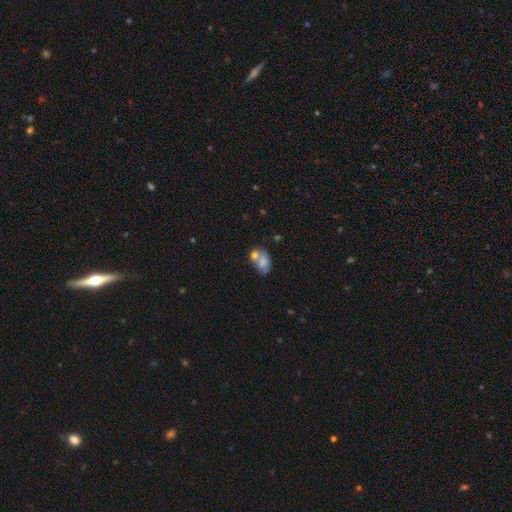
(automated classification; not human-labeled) This appears to be a smooth galaxy with no disk features (67%) that is in between round and cigar-shaped (83%). Merging: merger (44%).